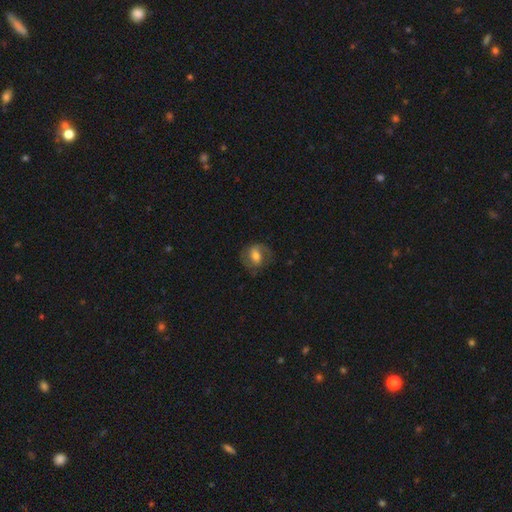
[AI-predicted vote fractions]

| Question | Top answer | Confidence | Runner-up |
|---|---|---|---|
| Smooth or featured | featured or disk | 46% | tied: smooth (46%) |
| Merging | none | 67% | minor disturbance (19%) |